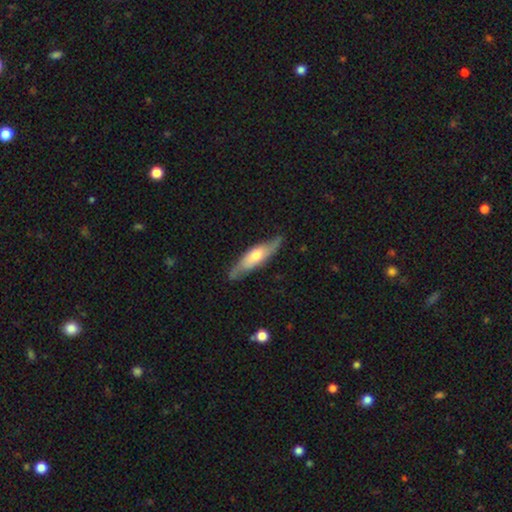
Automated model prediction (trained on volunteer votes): This is possibly a featured or disk galaxy (54%). It is likely viewed edge-on (64%). Merging: likely none (79%).